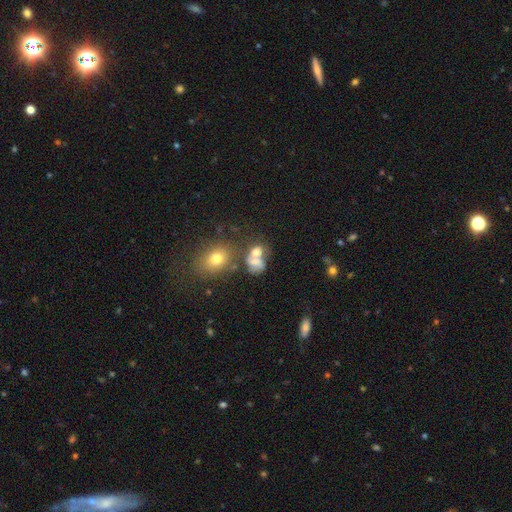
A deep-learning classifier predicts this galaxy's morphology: A smooth galaxy with no disk features (58%) that is in between round and cigar-shaped (57%).

Vote fractions:
- Smooth or featured? smooth: 58% / featured or disk: 26% / star or artifact: 16%
- How rounded? in between: 57% / round: 41% / cigar-shaped: 2%
- Merging? merger: 46% / none: 28% / minor disturbance: 13% / major disturbance: 12%